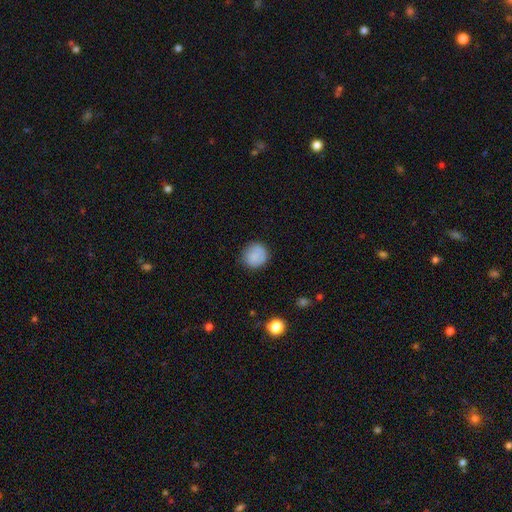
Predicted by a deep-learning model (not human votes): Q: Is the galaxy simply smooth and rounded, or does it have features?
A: smooth — 84%.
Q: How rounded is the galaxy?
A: round — 91%.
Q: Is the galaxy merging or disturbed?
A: none — 84%.